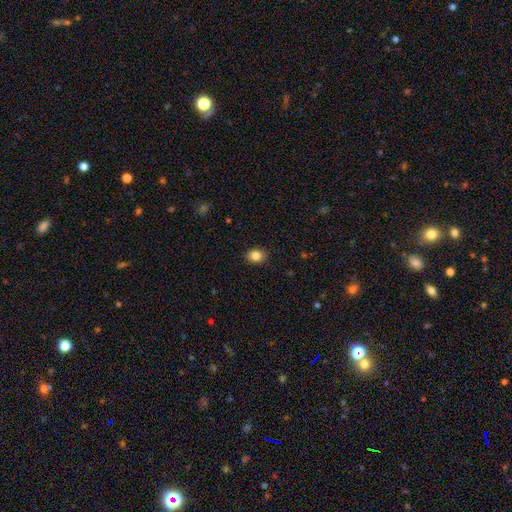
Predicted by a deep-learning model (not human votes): Morphology: type=smooth (85%); roundness=round (57%); merging=none (90%).